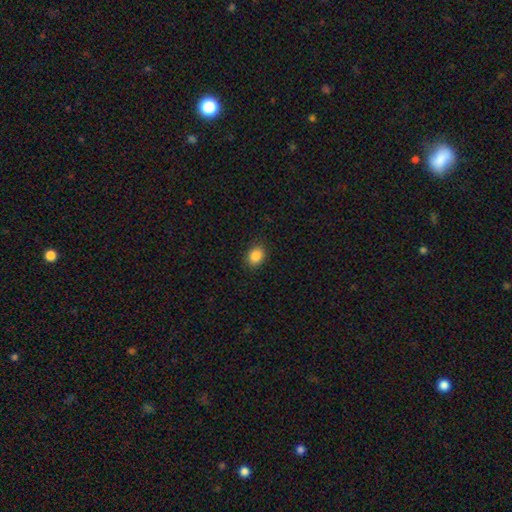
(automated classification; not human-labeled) smooth_or_featured: smooth (p=0.86) [alt: star or artifact p=0.09]
how_rounded: in between (p=0.50) [alt: round p=0.49]
merging: none (p=0.89) [alt: minor disturbance p=0.08]